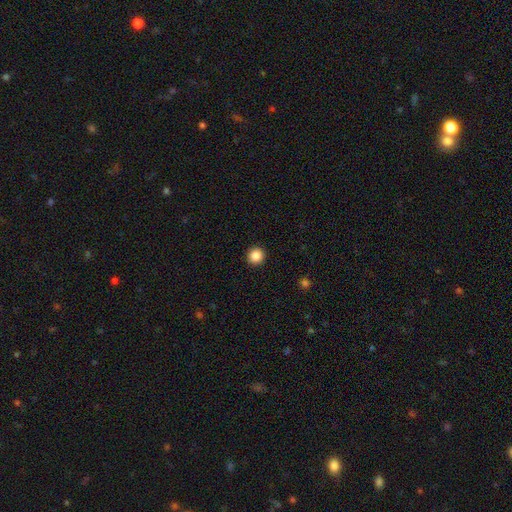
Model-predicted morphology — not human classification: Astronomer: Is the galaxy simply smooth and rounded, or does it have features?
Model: smooth — 87%.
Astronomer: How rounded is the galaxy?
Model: round — 94%.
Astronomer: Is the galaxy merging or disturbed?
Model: none — 93%.